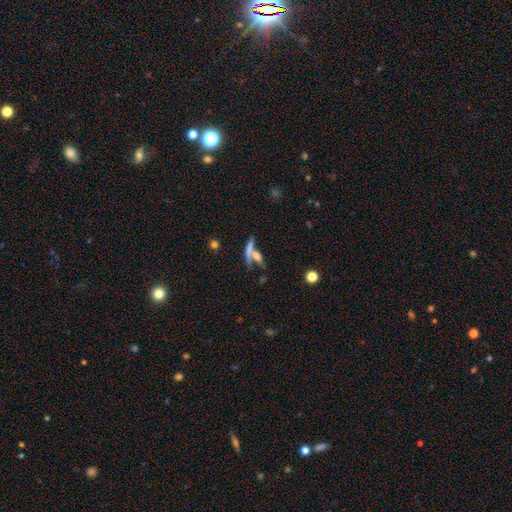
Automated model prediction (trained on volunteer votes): Q: Smooth or featured?
A: smooth (56%); runner-up: featured or disk (31%)
Q: How rounded?
A: cigar-shaped (61%); runner-up: in between (29%)
Q: Merging?
A: none (42%); runner-up: merger (41%)